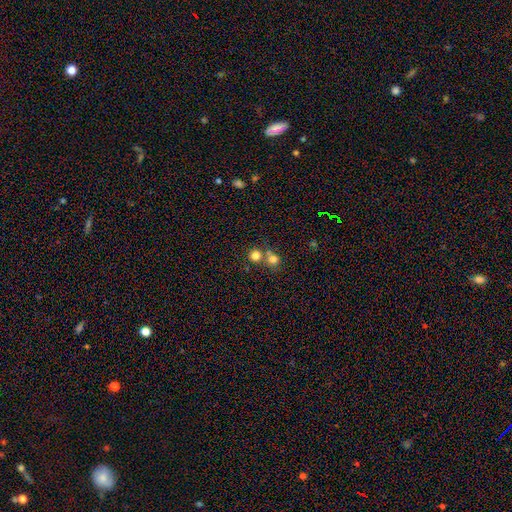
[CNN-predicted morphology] Smooth or featured: smooth — 77% (star or artifact — 15%)
How rounded: round — 90% (in between — 9%)
Merging: none — 53% (merger — 39%)